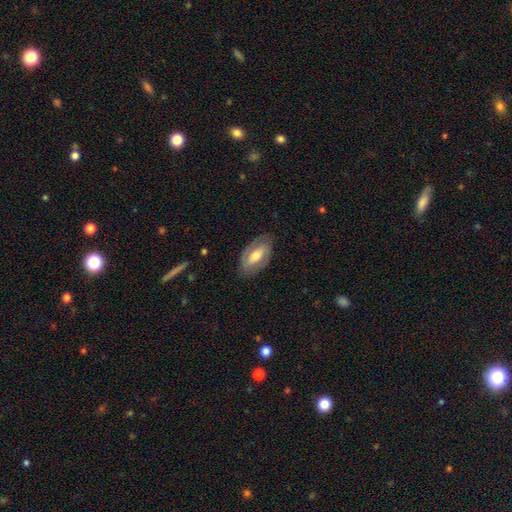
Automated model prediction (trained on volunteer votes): smooth_or_featured: featured or disk (p=0.64) [alt: smooth p=0.31]
disk_edge_on: no (p=0.91) [alt: yes p=0.09]
bar: strong (p=0.37) [alt: weak p=0.36]
has_spiral_arms: yes (p=0.68) [alt: no p=0.32]
bulge_size: moderate (p=0.65) [alt: small p=0.23]
merging: none (p=0.80) [alt: minor disturbance p=0.14]